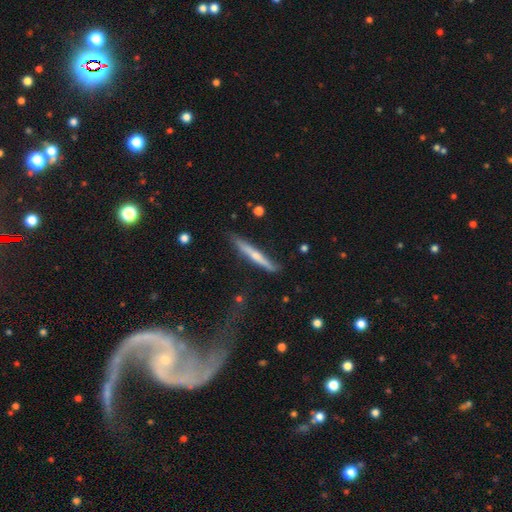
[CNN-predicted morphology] smooth-or-featured: featured or disk: 56% | smooth: 38% | star or artifact: 6%
  disk-edge-on: yes: 96% | no: 4%
    edge-on-bulge: rounded: 65% | none: 30% | boxy: 6%
  merging: none: 80% | minor disturbance: 15% | major disturbance: 3% | merger: 2%